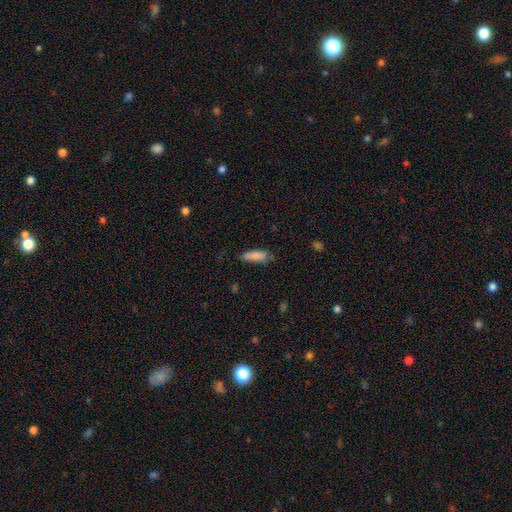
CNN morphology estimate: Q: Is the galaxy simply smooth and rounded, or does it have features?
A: smooth — 86%.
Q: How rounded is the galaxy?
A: in between — 61%.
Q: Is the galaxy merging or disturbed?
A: none — 69%.